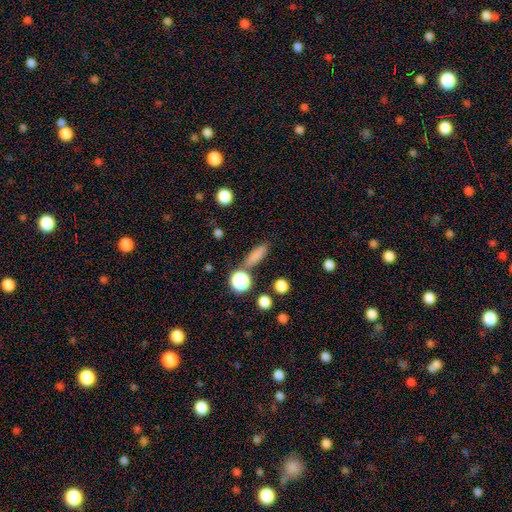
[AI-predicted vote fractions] Q: Smooth or featured?
A: smooth (78%); runner-up: star or artifact (13%)
Q: How rounded?
A: cigar-shaped (51%); runner-up: in between (39%)
Q: Merging?
A: none (79%); runner-up: minor disturbance (11%)